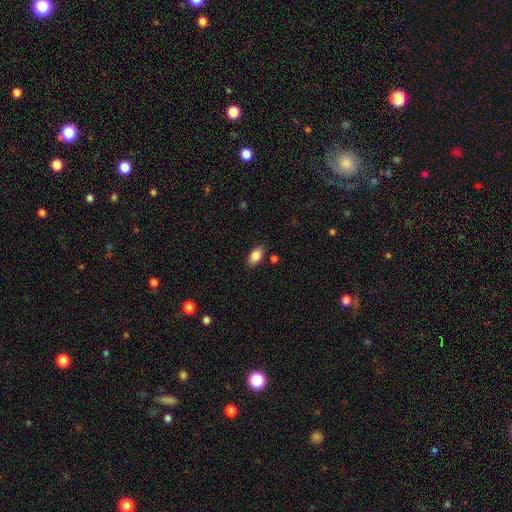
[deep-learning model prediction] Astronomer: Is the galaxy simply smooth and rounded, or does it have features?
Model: smooth — 85%.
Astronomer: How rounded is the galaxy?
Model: in between — 91%.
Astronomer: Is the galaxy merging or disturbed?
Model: none — 85%.